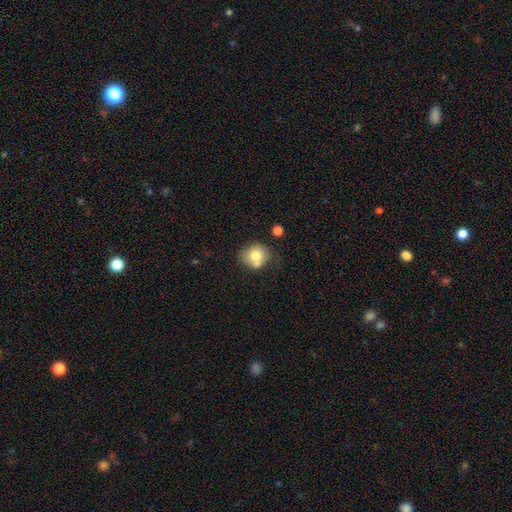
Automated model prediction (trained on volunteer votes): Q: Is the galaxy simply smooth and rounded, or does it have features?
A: smooth — 74%.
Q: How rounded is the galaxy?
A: round — 74%.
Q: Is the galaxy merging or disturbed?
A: none — 54%.